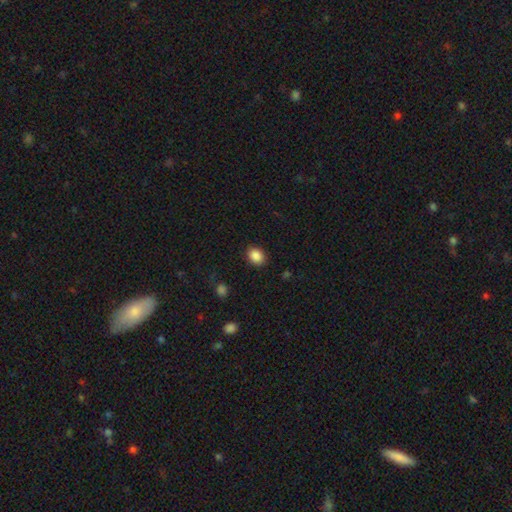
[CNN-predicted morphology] Smooth or featured: smooth — 88% (star or artifact — 9%)
How rounded: in between — 55% (round — 45%)
Merging: none — 88% (minor disturbance — 9%)